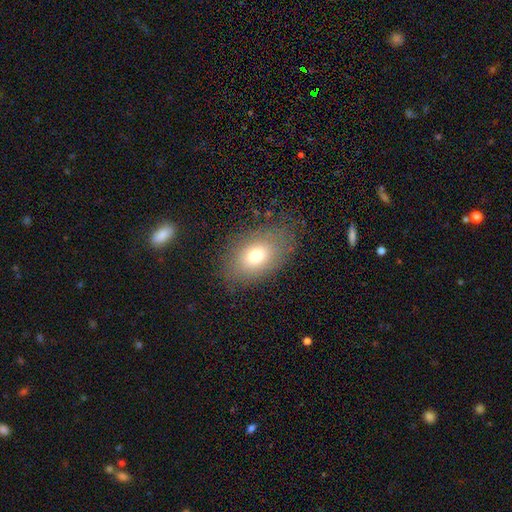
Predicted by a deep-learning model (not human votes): smooth_or_featured: smooth (p=0.71) [alt: featured or disk p=0.17]
how_rounded: in between (p=0.80) [alt: round p=0.19]
merging: none (p=0.78) [alt: minor disturbance p=0.14]